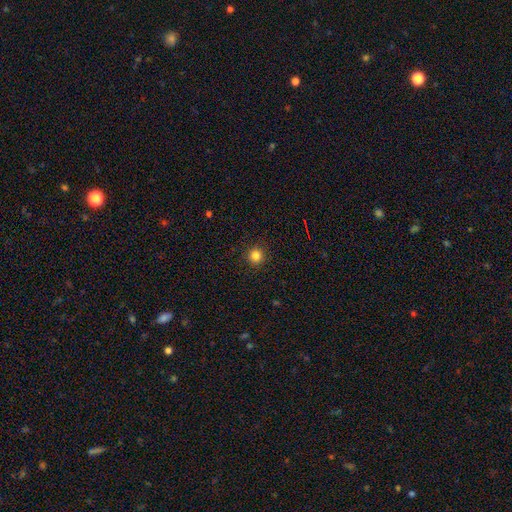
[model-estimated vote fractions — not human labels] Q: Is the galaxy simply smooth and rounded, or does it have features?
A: smooth — 83%.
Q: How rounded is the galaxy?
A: round — 94%.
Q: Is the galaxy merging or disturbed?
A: none — 92%.